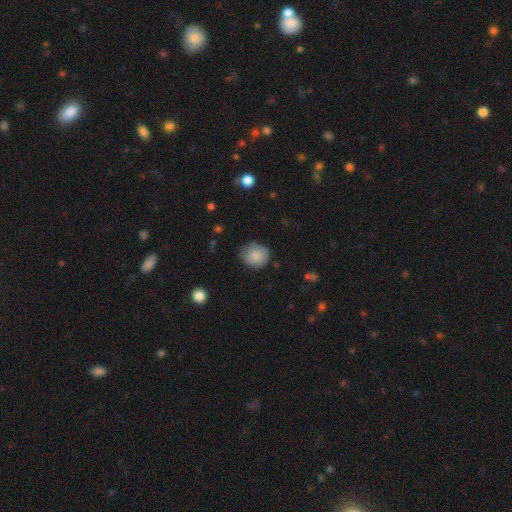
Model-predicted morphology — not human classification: This appears to be a smooth galaxy with no disk features (85%) that is round (86%). Merging: none (74%).